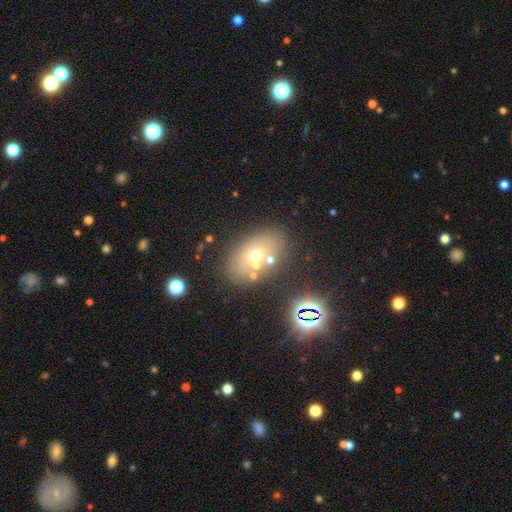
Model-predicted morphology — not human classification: Smooth or featured: smooth — 54% (featured or disk — 28%)
How rounded: in between — 79% (round — 19%)
Merging: none — 64% (merger — 18%)